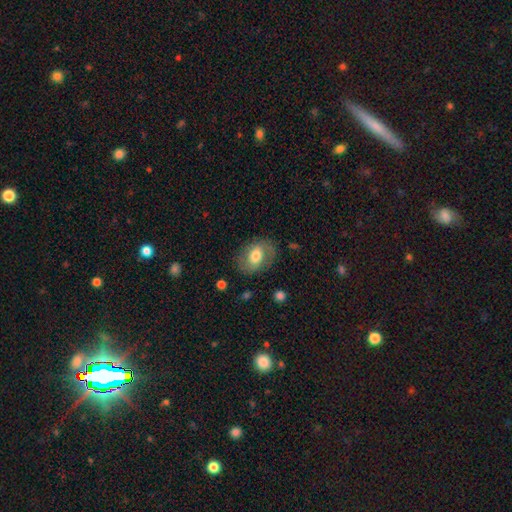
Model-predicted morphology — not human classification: smooth-or-featured: smooth: 57% | featured or disk: 36% | star or artifact: 7%
  how-rounded: in between: 73% | round: 26% | cigar-shaped: 1%
  merging: none: 76% | minor disturbance: 16% | major disturbance: 7% | merger: 1%